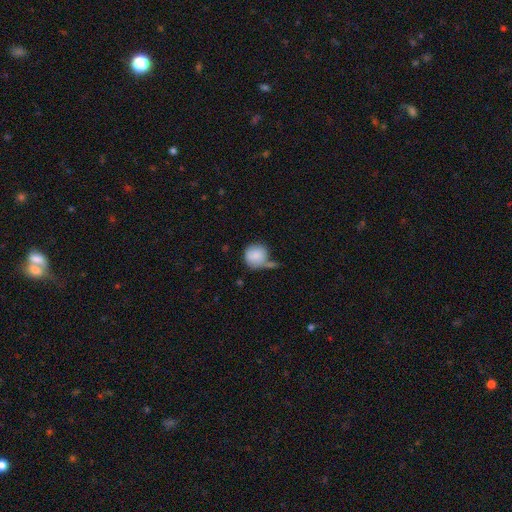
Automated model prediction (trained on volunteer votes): Overall: smooth (83%). How rounded: round (87%). Merging: none (43%; minor disturbance 25%).